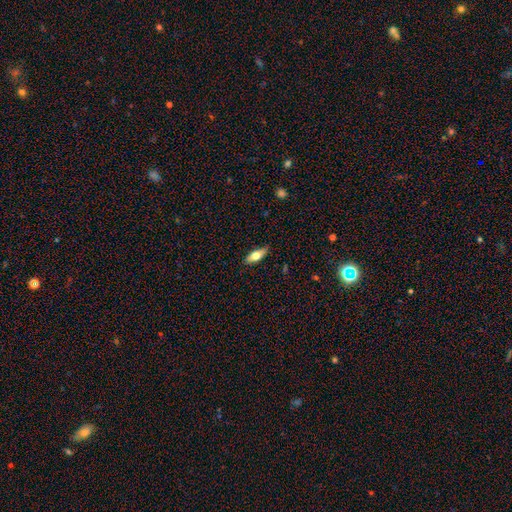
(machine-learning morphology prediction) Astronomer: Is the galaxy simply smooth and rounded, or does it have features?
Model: smooth — 62%.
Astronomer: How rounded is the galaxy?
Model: in between — 69%.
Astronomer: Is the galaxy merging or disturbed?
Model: none — 82%.